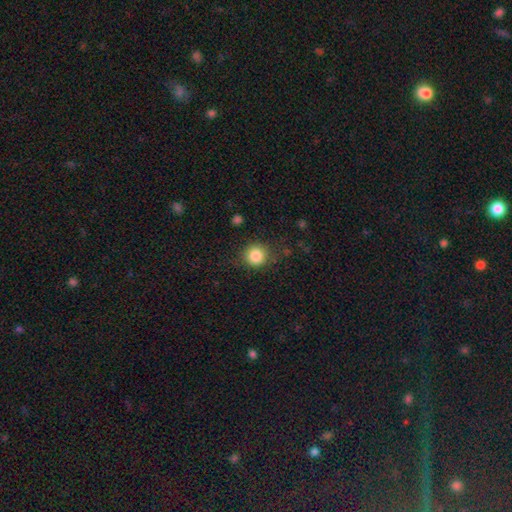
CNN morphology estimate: This is clearly a smooth galaxy (85%). How rounded: clearly round (90%). Merging: clearly none (83%).